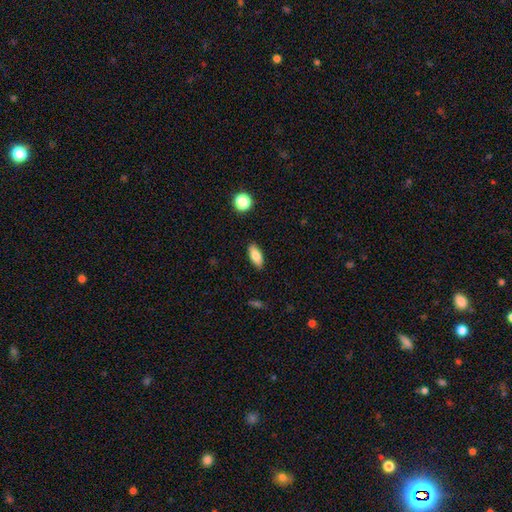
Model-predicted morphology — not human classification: type=smooth (82%); roundness=in between (84%); merging=none (88%).